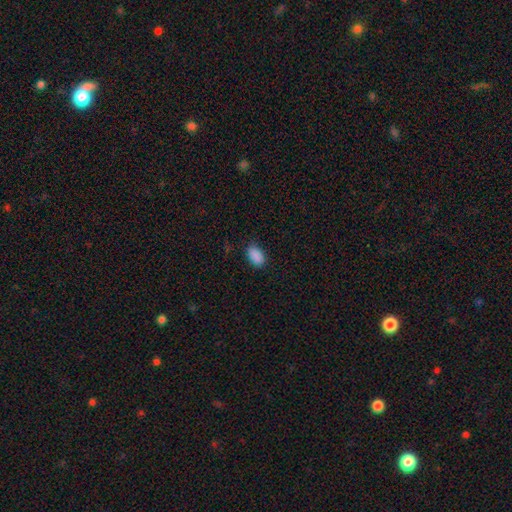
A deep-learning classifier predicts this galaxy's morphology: type=smooth (89%); roundness=in between (92%); merging=none (83%).